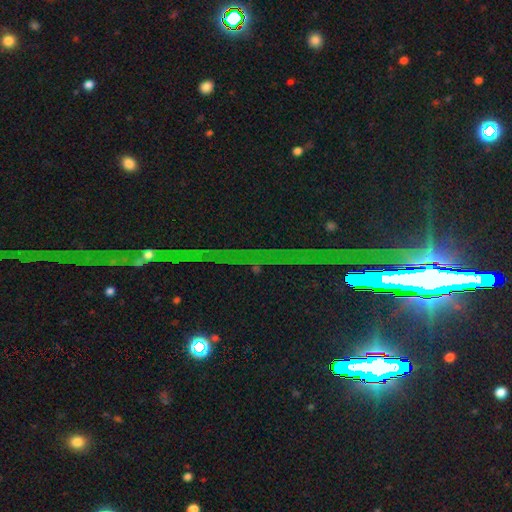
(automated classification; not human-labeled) A star or artifact, not a galaxy (76%).